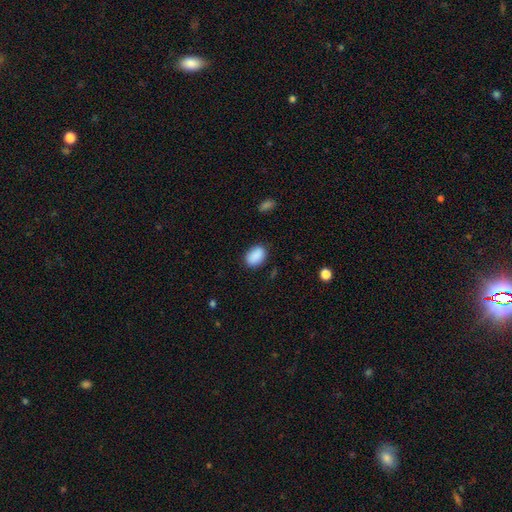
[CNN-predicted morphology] This appears to be a smooth galaxy with no disk features (90%) that is in between round and cigar-shaped (84%). Merging: none (84%).